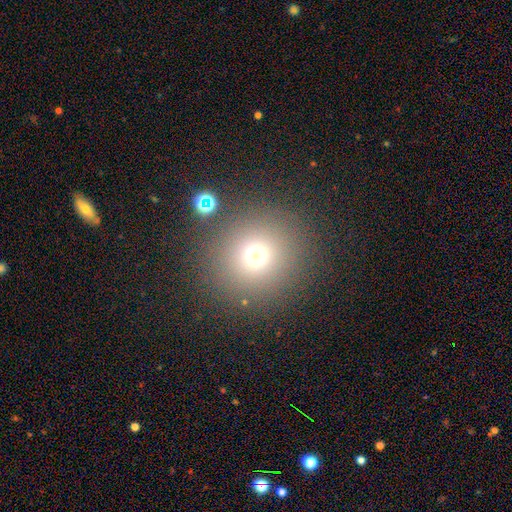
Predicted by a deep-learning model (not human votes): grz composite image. It shows a smooth galaxy with no disk features (71%) that is round (91%). Merging: none (85%).